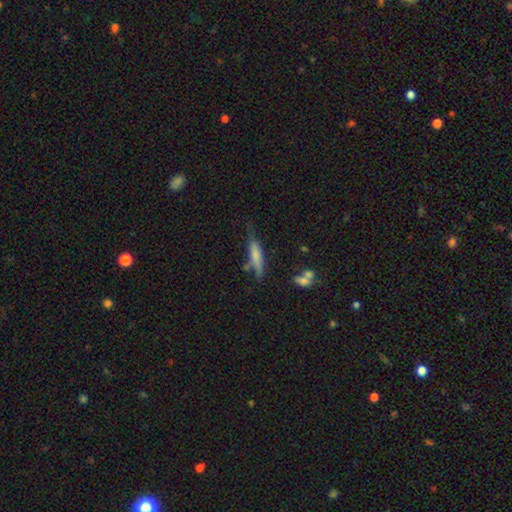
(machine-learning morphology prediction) A smooth galaxy with no disk features (67%) that is cigar-shaped (77%). Merging: none (53%).